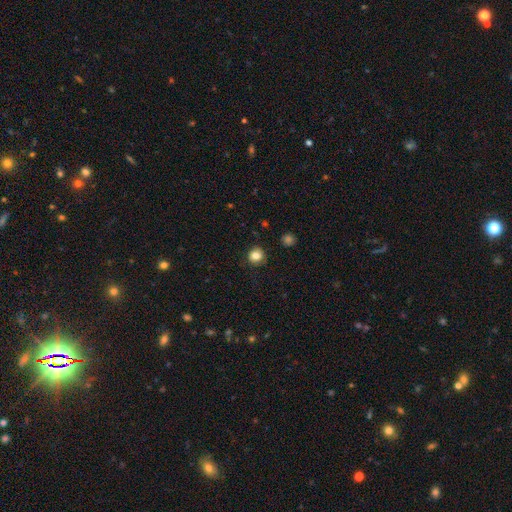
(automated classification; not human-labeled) Overall: smooth (83%). How rounded: round (89%). Merging: none (88%).